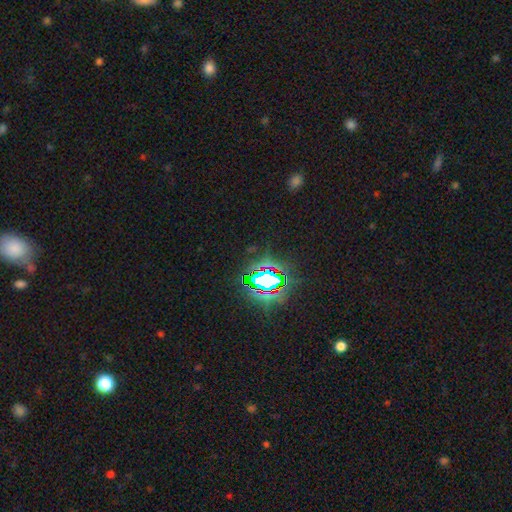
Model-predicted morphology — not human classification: A star or artifact, not a galaxy (80%).